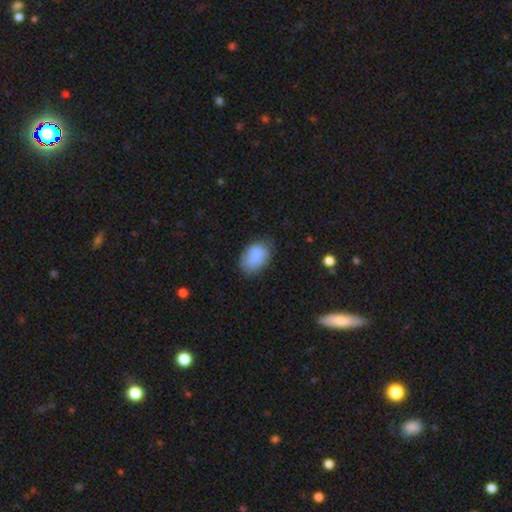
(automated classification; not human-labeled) Smooth or featured?
  - smooth: 85% *
  - star or artifact: 8%
  - featured or disk: 7%
How rounded?
  - in between: 83% *
  - round: 16%
  - cigar-shaped: 1%
Merging?
  - none: 69% *
  - minor disturbance: 23%
  - major disturbance: 6%
  - merger: 2%